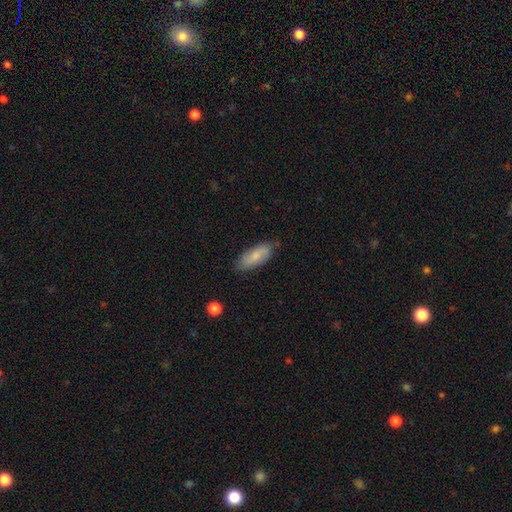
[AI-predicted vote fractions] The model was most divided on "how rounded": in between: 74%, cigar-shaped: 24%, round: 2%. More confident: merging — none (80%); smooth or featured — smooth (77%).